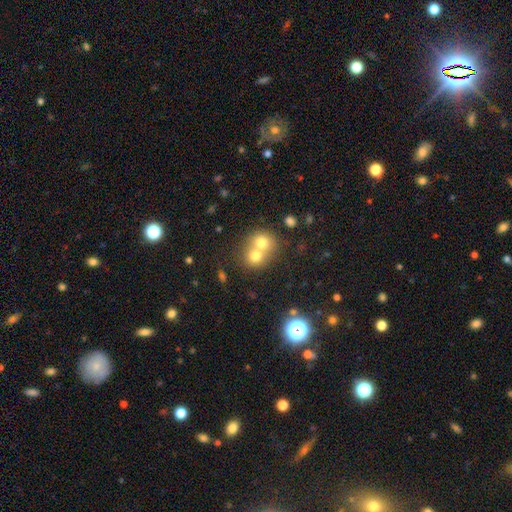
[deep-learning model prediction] smooth_or_featured: smooth (p=0.71) [alt: featured or disk p=0.17]
how_rounded: round (p=0.77) [alt: in between p=0.22]
merging: merger (p=0.65) [alt: none p=0.27]